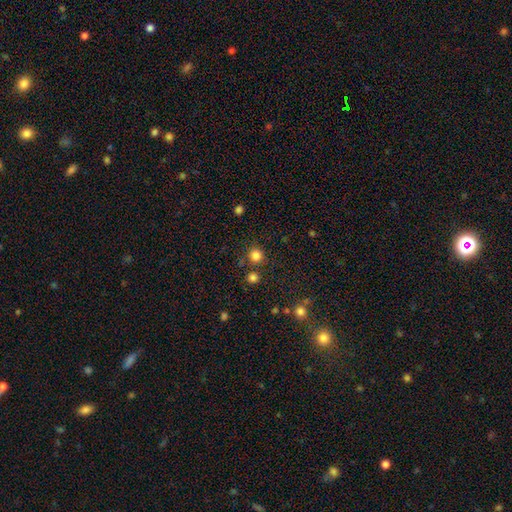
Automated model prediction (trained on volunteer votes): smooth 82%, star or artifact 14%, featured or disk 4%. Down the decision tree: how rounded — round (93%); merging — none (82%).